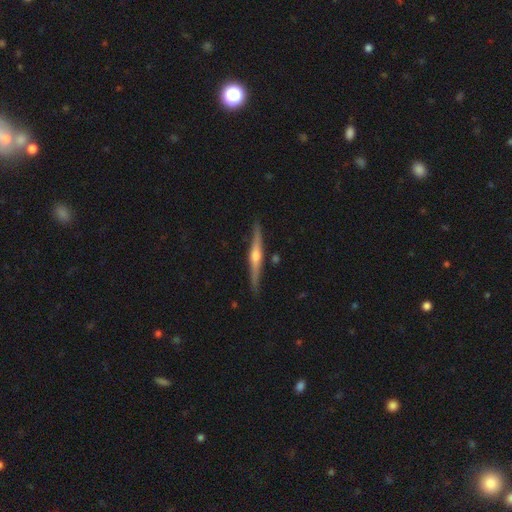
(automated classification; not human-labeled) smooth_or_featured: featured or disk (p=0.78) [alt: smooth p=0.16]
disk_edge_on: yes (p=0.98) [alt: no p=0.02]
edge_on_bulge: rounded (p=0.90) [alt: boxy p=0.05]
merging: none (p=0.88) [alt: minor disturbance p=0.09]